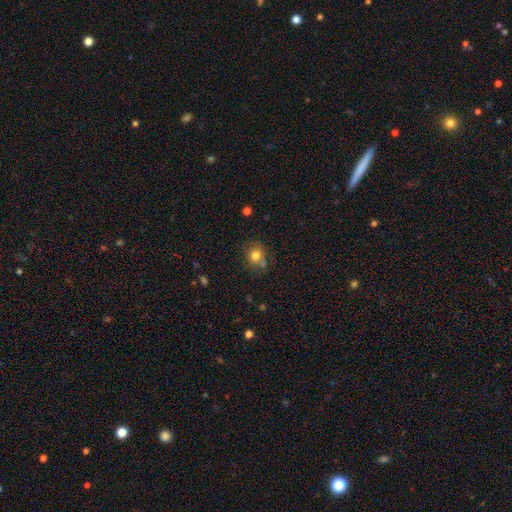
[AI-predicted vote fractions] smooth_or_featured: smooth (p=0.78) [alt: star or artifact p=0.12]
how_rounded: round (p=0.77) [alt: in between p=0.23]
merging: none (p=0.66) [alt: minor disturbance p=0.17]